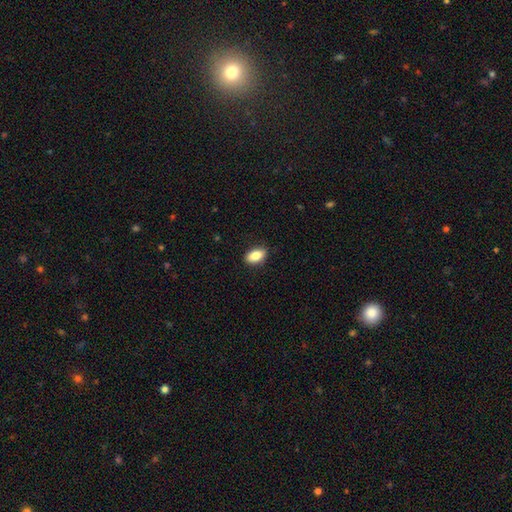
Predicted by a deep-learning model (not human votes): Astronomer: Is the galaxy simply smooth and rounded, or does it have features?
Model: smooth — 84%.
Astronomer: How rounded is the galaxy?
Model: in between — 90%.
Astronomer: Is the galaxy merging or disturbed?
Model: none — 86%.